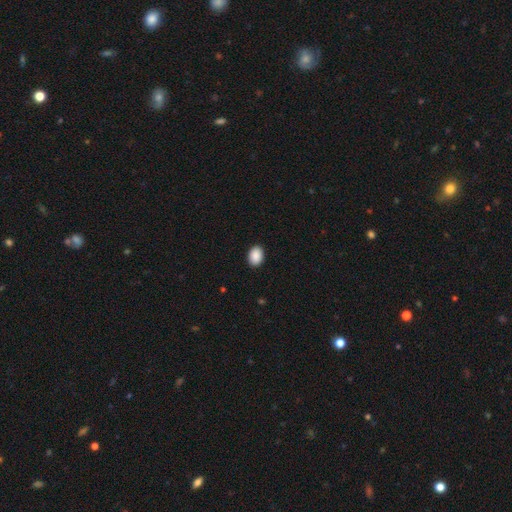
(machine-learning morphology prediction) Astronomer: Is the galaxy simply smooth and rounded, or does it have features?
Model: smooth — 90%.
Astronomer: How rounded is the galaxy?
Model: in between — 77%.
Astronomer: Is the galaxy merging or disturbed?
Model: none — 91%.